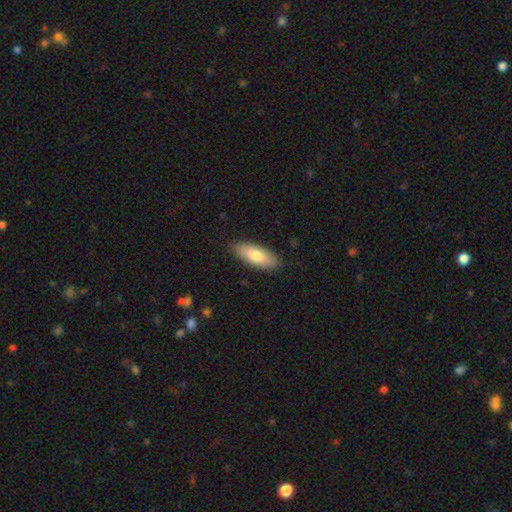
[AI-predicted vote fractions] Q: Smooth or featured?
A: smooth (77%); runner-up: featured or disk (17%)
Q: How rounded?
A: in between (76%); runner-up: cigar-shaped (22%)
Q: Merging?
A: none (86%); runner-up: minor disturbance (11%)